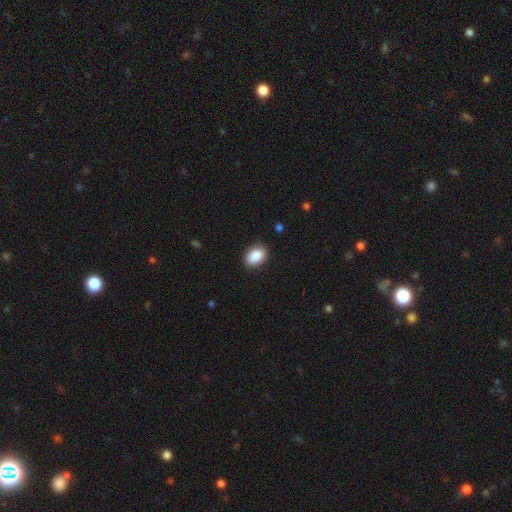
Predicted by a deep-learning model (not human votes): A smooth galaxy with no disk features (88%) that is in between round and cigar-shaped (84%). Merging: none (87%).